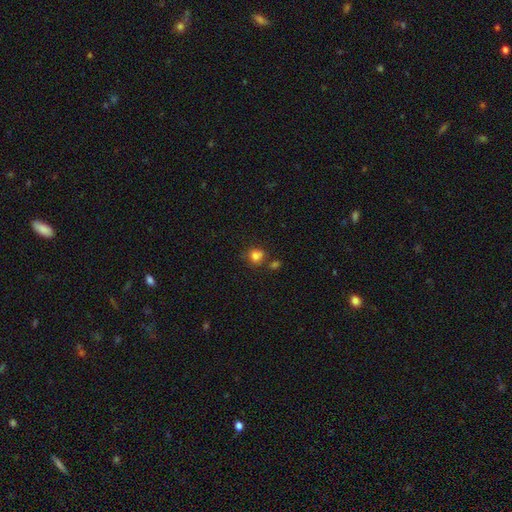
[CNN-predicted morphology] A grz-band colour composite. It shows a smooth galaxy with no disk features (79%) that is round (77%). Merging: none (60%).